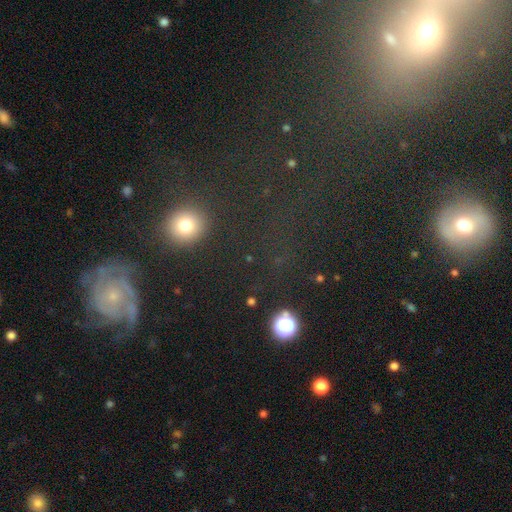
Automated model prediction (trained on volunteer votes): This is marginally a star or artifact rather than a galaxy (41%).